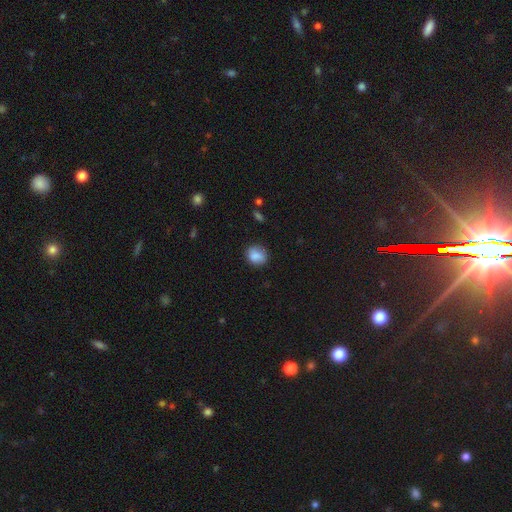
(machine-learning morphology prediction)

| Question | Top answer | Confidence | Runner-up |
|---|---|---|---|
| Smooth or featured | smooth | 86% | star or artifact (9%) |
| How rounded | round | 55% | in between (44%) |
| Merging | none | 78% | minor disturbance (17%) |